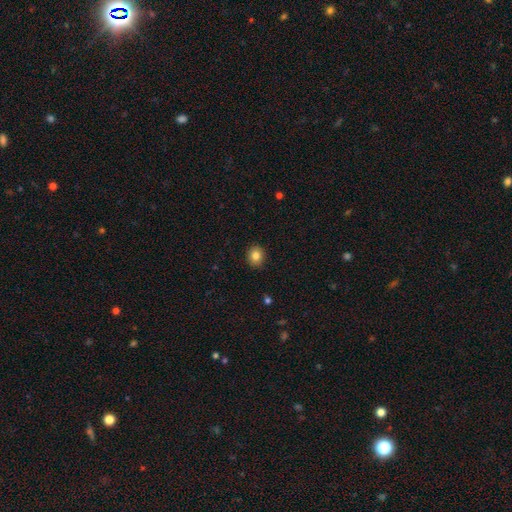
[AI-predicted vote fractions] smooth 83%, star or artifact 10%, featured or disk 7%. Down the decision tree: how rounded — round (72%); merging — none (90%).